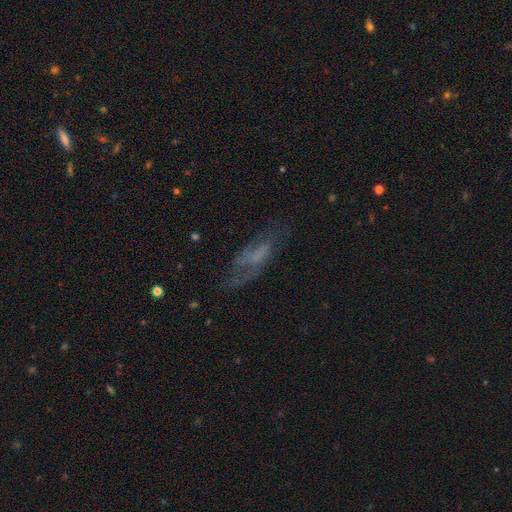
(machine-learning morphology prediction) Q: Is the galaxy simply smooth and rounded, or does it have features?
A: featured or disk — 52%.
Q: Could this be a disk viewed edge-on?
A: no — 83%.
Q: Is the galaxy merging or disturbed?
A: none — 51%.